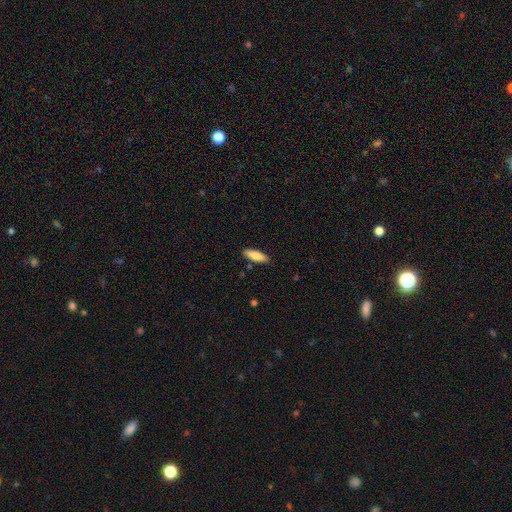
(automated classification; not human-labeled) smooth-or-featured: smooth: 82% | featured or disk: 12% | star or artifact: 6%
  how-rounded: in between: 54% | cigar-shaped: 44% | round: 2%
  merging: none: 87% | minor disturbance: 9% | merger: 2% | major disturbance: 2%